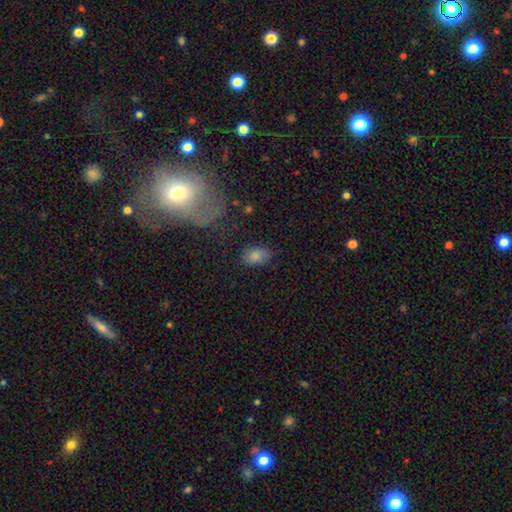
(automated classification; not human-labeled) A smooth galaxy with no disk features (78%) that is in between round and cigar-shaped (82%). Merging: none (71%).